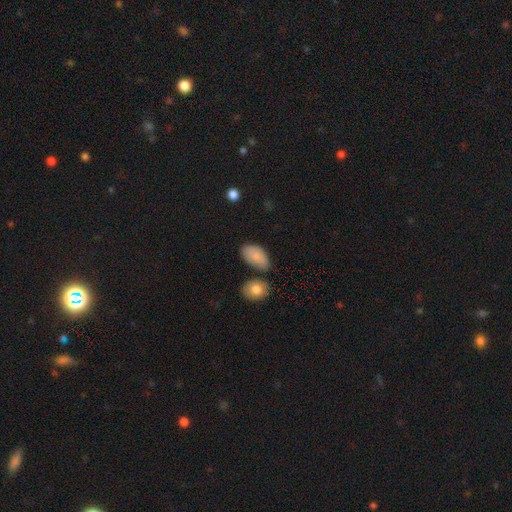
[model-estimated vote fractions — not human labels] This is clearly a smooth galaxy (84%). How rounded: clearly in between (94%). Merging: likely none (60%).